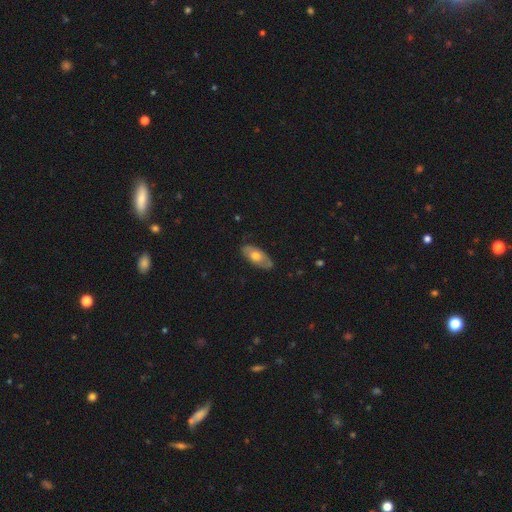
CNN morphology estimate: Smooth or featured? smooth (53%)
How rounded? in between (90%)
Merging? none (81%)